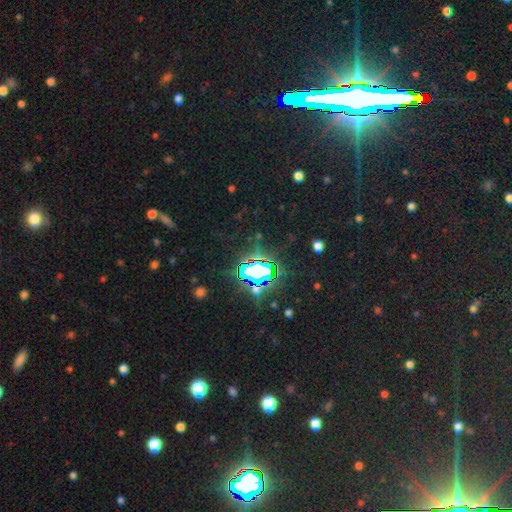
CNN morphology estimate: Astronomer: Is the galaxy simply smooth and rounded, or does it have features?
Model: star or artifact — 80%.